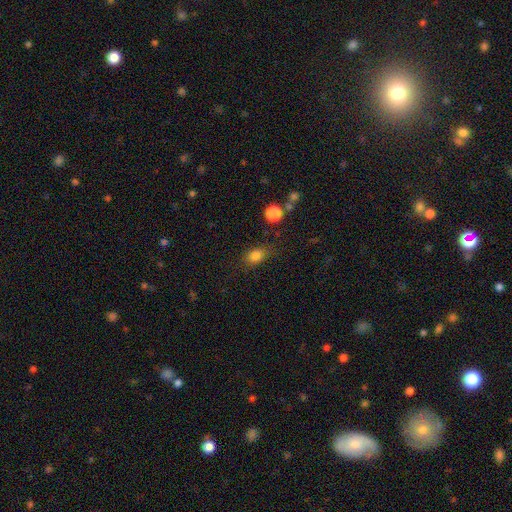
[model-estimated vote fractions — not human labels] smooth-or-featured: smooth: 81% | star or artifact: 12% | featured or disk: 6%
  how-rounded: in between: 66% | round: 32% | cigar-shaped: 2%
  merging: none: 74% | minor disturbance: 17% | major disturbance: 6% | merger: 3%